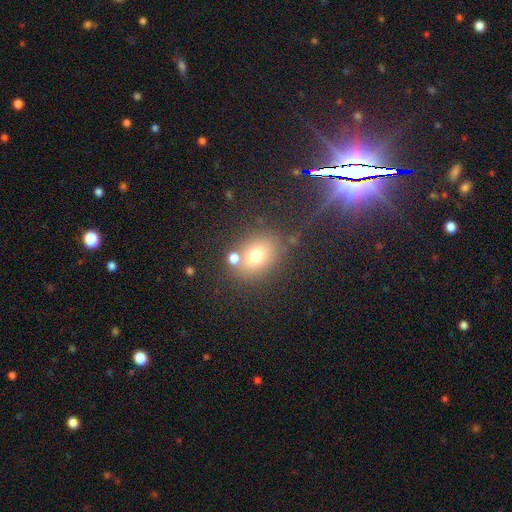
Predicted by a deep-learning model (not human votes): Smooth or featured?
  - smooth: 69% *
  - star or artifact: 17%
  - featured or disk: 13%
How rounded?
  - in between: 56% *
  - round: 43%
  - cigar-shaped: 1%
Merging?
  - none: 70% *
  - merger: 14%
  - minor disturbance: 12%
  - major disturbance: 5%